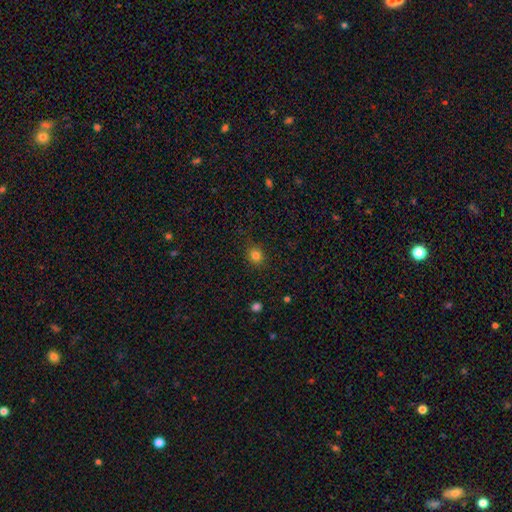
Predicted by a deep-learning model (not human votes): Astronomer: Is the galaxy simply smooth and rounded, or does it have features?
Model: smooth — 82%.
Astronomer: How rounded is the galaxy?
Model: round — 80%.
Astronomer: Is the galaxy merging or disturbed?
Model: none — 86%.